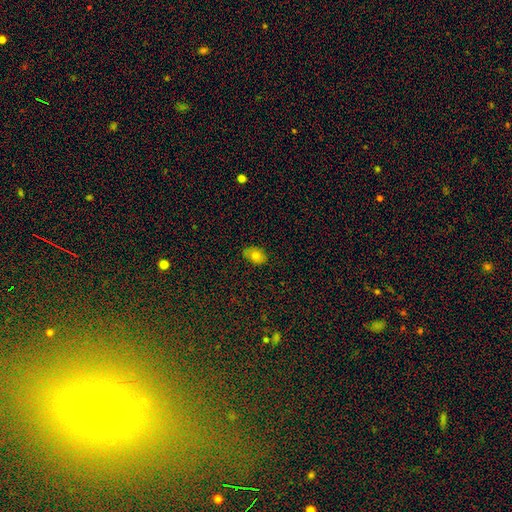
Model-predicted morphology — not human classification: Smooth or featured: smooth — 79% (star or artifact — 10%)
How rounded: in between — 83% (round — 16%)
Merging: none — 76% (minor disturbance — 20%)